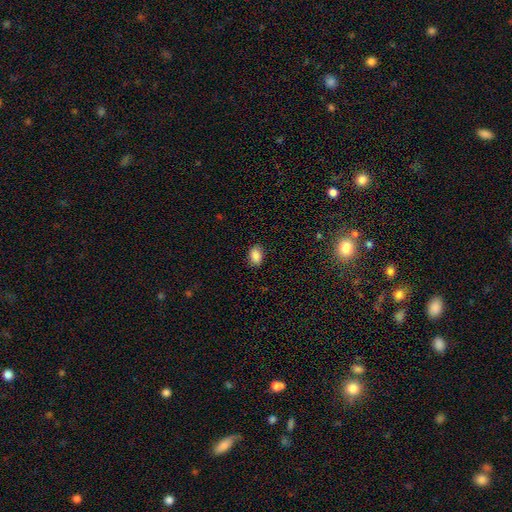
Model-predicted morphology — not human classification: Smooth or featured? Predicted: smooth (p=0.88). How rounded? Predicted: in between (p=0.84). Merging? Predicted: none (p=0.85).